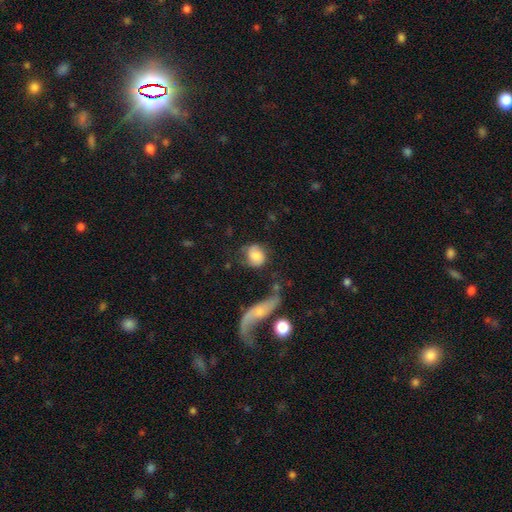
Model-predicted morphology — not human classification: smooth 67%, featured or disk 25%, star or artifact 8%. Down the decision tree: how rounded — round (68%); merging — none (51%).